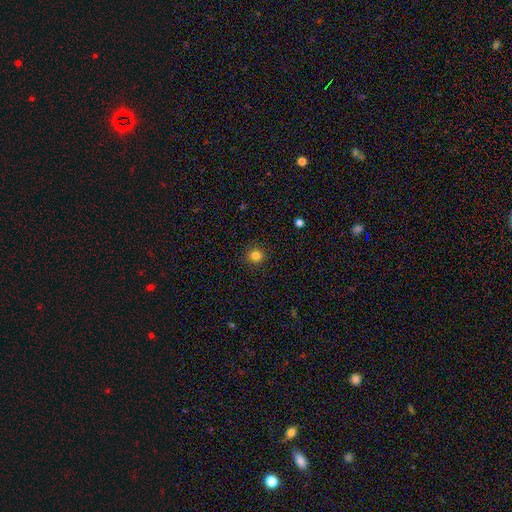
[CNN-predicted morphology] smooth_or_featured: smooth (p=0.82) [alt: star or artifact p=0.13]
how_rounded: round (p=0.91) [alt: in between p=0.08]
merging: none (p=0.91) [alt: minor disturbance p=0.06]